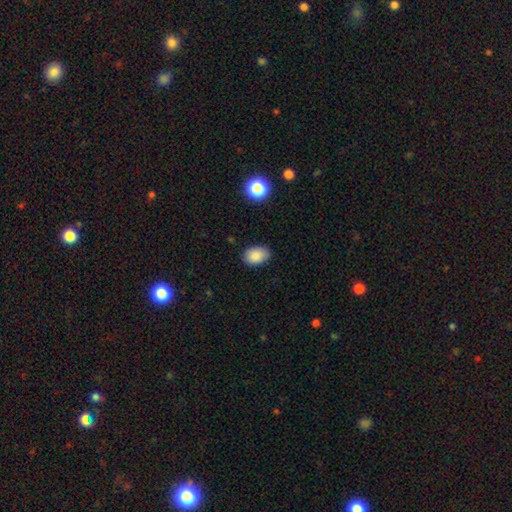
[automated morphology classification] Smooth or featured: smooth — 88% (star or artifact — 8%)
How rounded: in between — 81% (round — 18%)
Merging: none — 82% (minor disturbance — 14%)